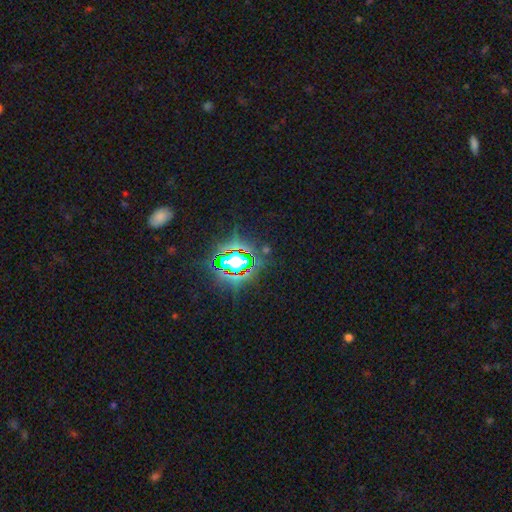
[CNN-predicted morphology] Overall: star or artifact (83%).